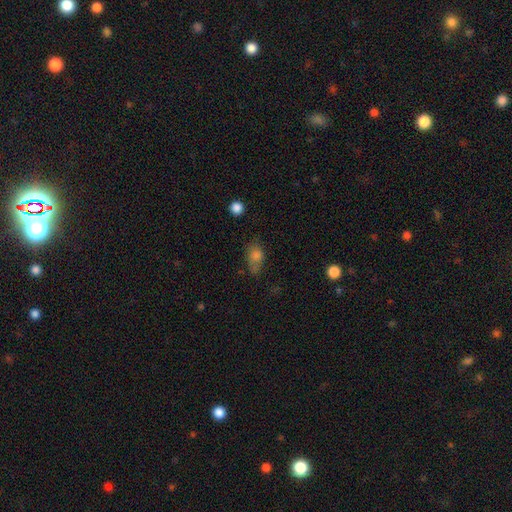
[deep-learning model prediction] This appears to be a smooth galaxy with no disk features (74%) that is in between round and cigar-shaped (79%). Merging: none (49%).